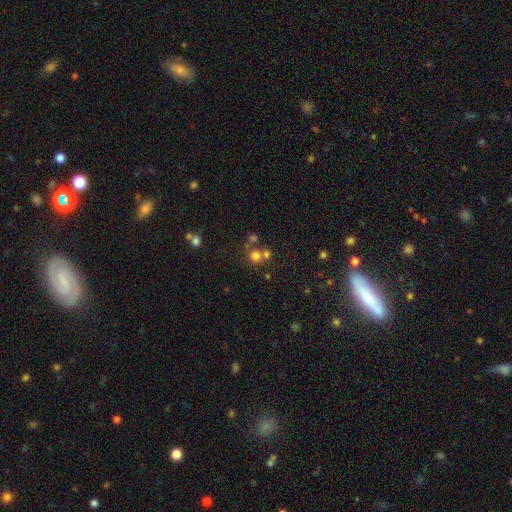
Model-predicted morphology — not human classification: Smooth or featured? Predicted: smooth (p=0.70). How rounded? Predicted: round (p=0.87). Merging? Predicted: none (p=0.51).